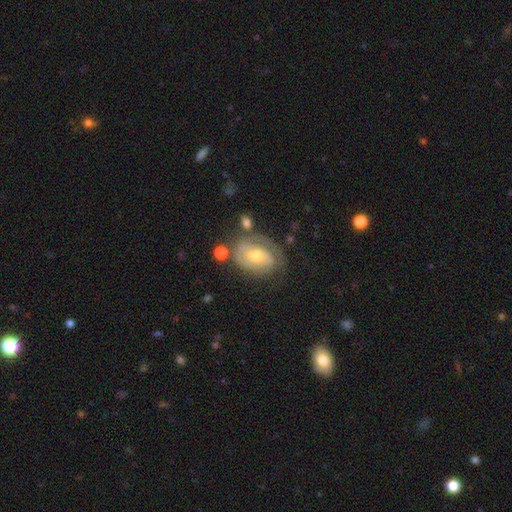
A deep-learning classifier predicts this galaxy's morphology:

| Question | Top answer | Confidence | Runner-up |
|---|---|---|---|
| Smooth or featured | featured or disk | 71% | smooth (22%) |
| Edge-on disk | no | 96% | yes (4%) |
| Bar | no | 54% | weak (37%) |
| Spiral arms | yes | 84% | no (16%) |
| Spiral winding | tight | 59% | medium (31%) |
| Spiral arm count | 2 | 45% | can't tell (26%) |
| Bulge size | moderate | 64% | small (29%) |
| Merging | none | 58% | minor disturbance (23%) |